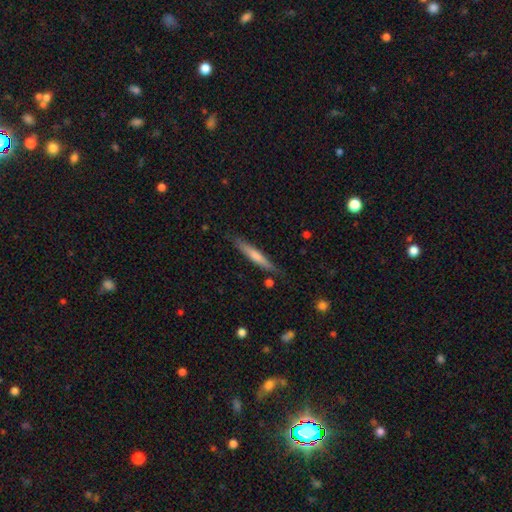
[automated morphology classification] Smooth or featured: smooth — 54% (featured or disk — 40%)
How rounded: cigar-shaped — 94% (in between — 4%)
Merging: none — 85% (minor disturbance — 11%)